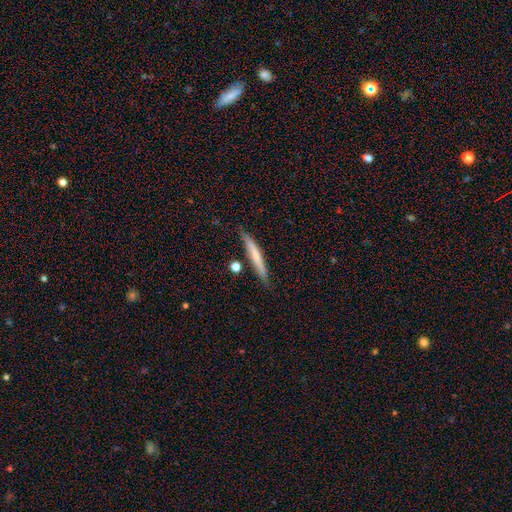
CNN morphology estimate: This appears to be a smooth galaxy with no disk features (58%) that is cigar-shaped (95%). Merging: none (80%).